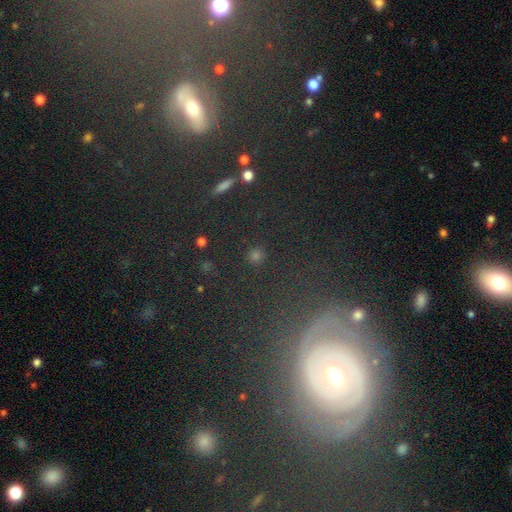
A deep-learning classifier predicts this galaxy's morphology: smooth 64%, star or artifact 27%, featured or disk 8%. Down the decision tree: how rounded — round (89%); merging — none (88%).